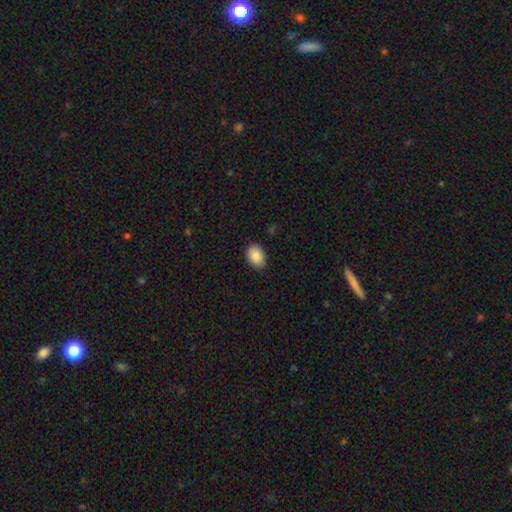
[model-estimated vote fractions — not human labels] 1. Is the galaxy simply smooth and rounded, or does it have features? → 89% smooth, 7% star or artifact, 4% featured or disk.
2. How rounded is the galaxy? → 79% in between, 20% round, 1% cigar-shaped.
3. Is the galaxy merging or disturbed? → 85% none, 12% minor disturbance, 2% major disturbance, 1% merger.